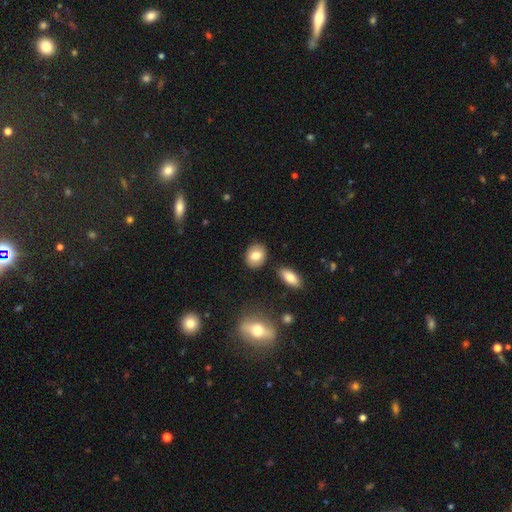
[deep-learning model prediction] Smooth or featured? Predicted: smooth (p=0.80). How rounded? Predicted: in between (p=0.56). Merging? Predicted: none (p=0.86).